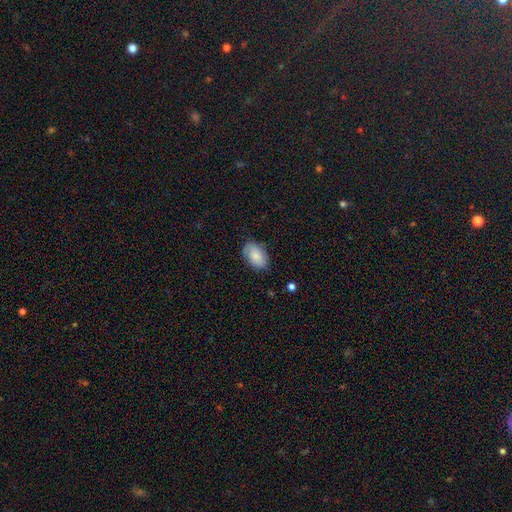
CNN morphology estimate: A smooth galaxy with no disk features (81%) that is in between round and cigar-shaped (91%). Merging: none (77%).